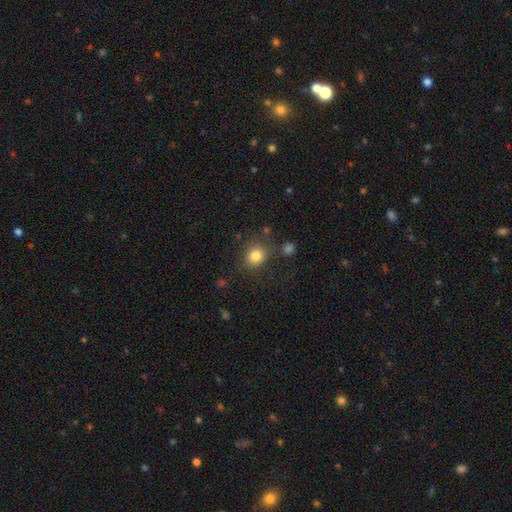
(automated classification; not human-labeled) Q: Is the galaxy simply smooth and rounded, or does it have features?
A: smooth — 83%.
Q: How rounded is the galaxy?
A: round — 74%.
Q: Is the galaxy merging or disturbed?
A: none — 78%.